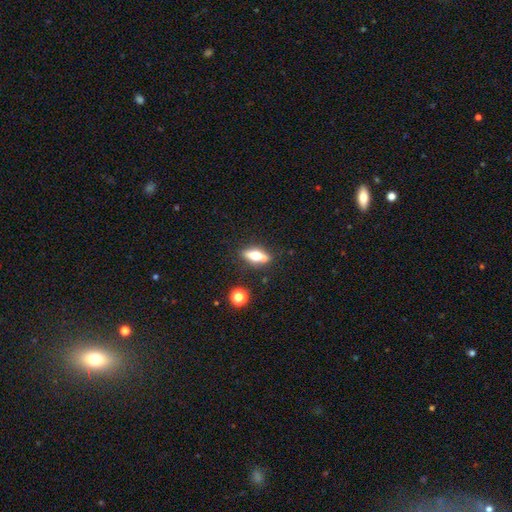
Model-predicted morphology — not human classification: Q: Smooth or featured?
A: smooth (48%); runner-up: featured or disk (44%)
Q: Merging?
A: none (76%); runner-up: minor disturbance (13%)